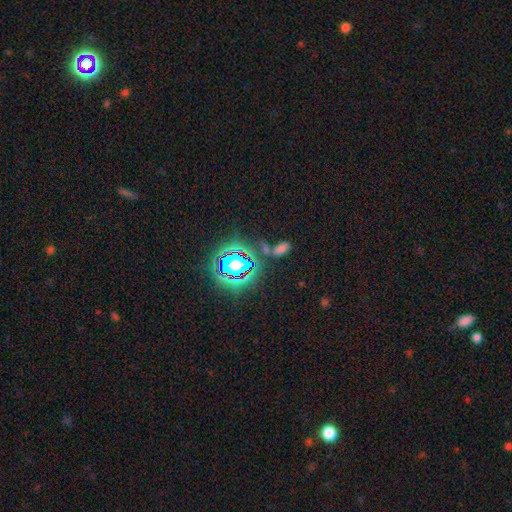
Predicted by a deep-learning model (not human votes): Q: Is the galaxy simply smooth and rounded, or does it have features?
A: star or artifact — 82%.